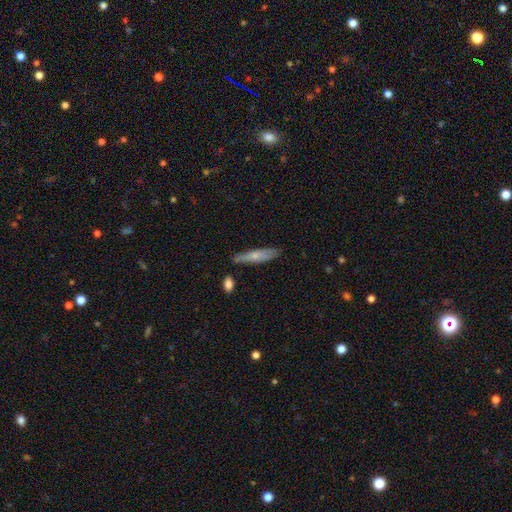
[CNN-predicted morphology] Smooth or featured: smooth — 59% (featured or disk — 35%)
How rounded: cigar-shaped — 81% (in between — 18%)
Merging: none — 75% (minor disturbance — 18%)